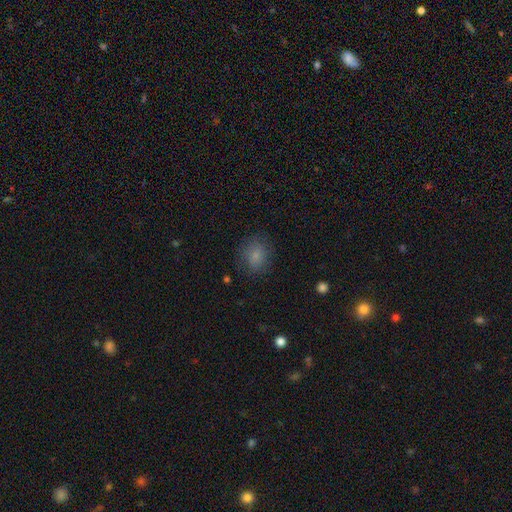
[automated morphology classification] Overall: smooth (81%). How rounded: round (56%; in between 43%). Merging: none (79%).